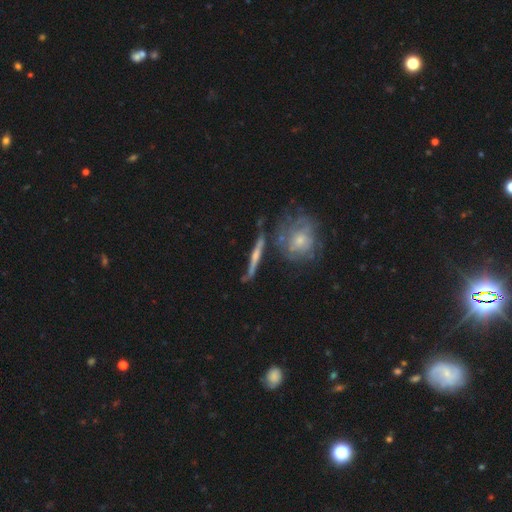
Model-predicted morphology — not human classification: Q: Smooth or featured?
A: featured or disk (64%); runner-up: smooth (29%)
Q: Edge-on disk?
A: yes (87%); runner-up: no (13%)
Q: Edge-on bulge?
A: rounded (48%); runner-up: none (39%)
Q: Merging?
A: none (68%); runner-up: minor disturbance (17%)